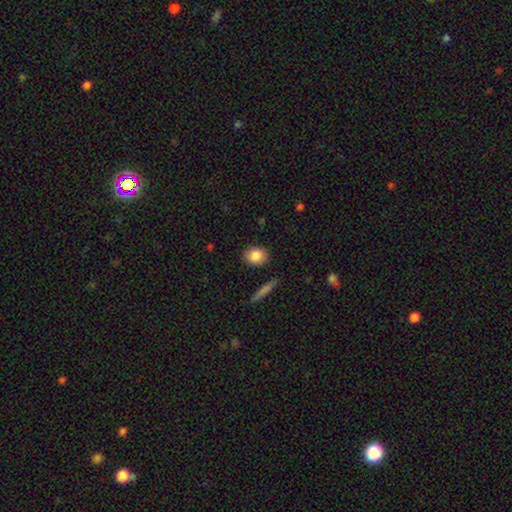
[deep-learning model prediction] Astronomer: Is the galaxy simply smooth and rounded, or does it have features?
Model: smooth — 85%.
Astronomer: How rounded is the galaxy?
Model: round — 55% (runner-up: in between, 42%).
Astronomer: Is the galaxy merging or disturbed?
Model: none — 86%.